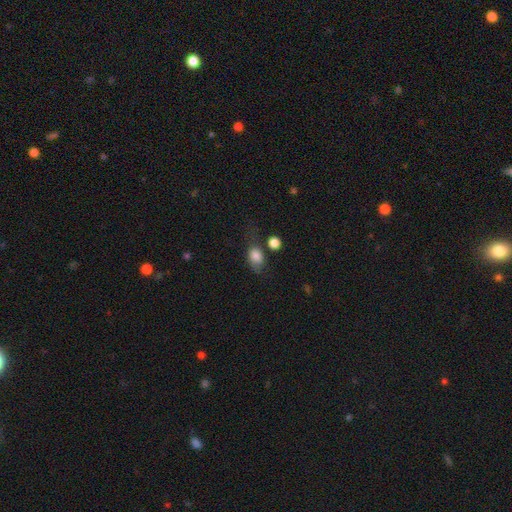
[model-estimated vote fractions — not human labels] smooth 81%, featured or disk 10%, star or artifact 9%. Down the decision tree: how rounded — in between (69%); merging — none (48%).